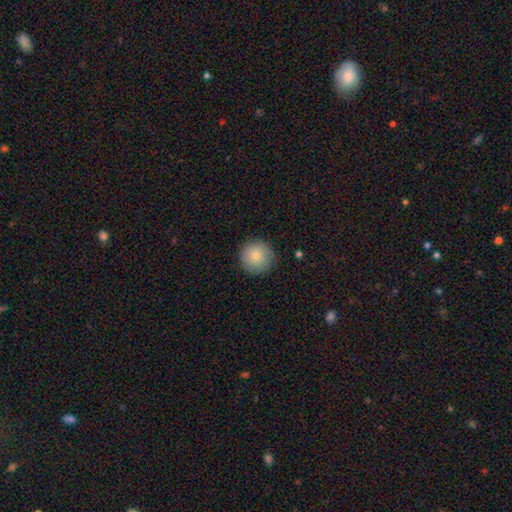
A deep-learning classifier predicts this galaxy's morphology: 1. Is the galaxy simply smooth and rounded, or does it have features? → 81% smooth, 10% featured or disk, 9% star or artifact.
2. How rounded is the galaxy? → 96% round, 3% in between, 1% cigar-shaped.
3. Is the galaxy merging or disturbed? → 89% none, 8% minor disturbance, 2% major disturbance, 1% merger.